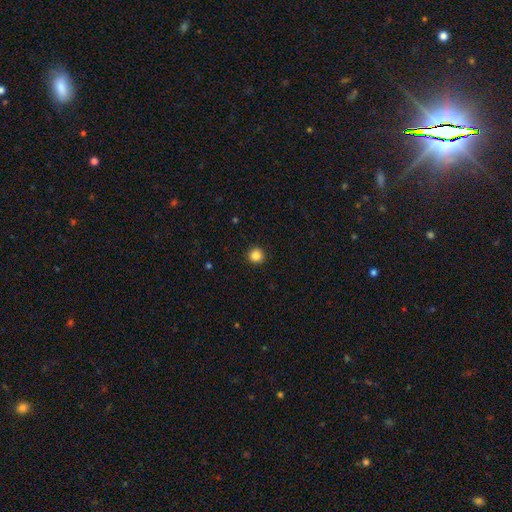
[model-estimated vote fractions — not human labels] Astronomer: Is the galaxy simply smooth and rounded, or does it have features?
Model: smooth — 85%.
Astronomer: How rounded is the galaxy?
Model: round — 95%.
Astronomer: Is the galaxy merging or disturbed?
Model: none — 92%.